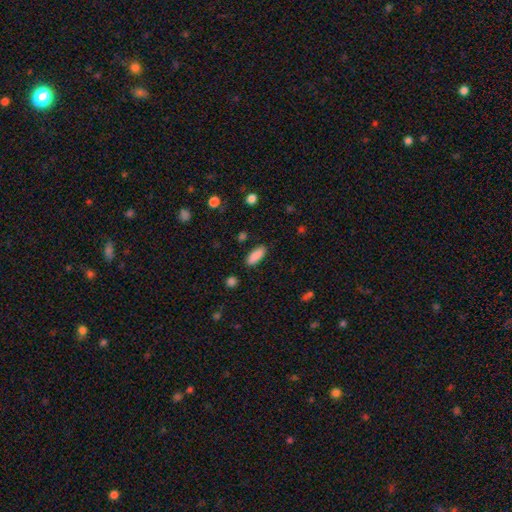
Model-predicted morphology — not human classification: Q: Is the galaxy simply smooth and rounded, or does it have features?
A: smooth — 89%.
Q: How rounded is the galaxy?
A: in between — 75%.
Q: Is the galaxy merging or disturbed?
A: none — 87%.